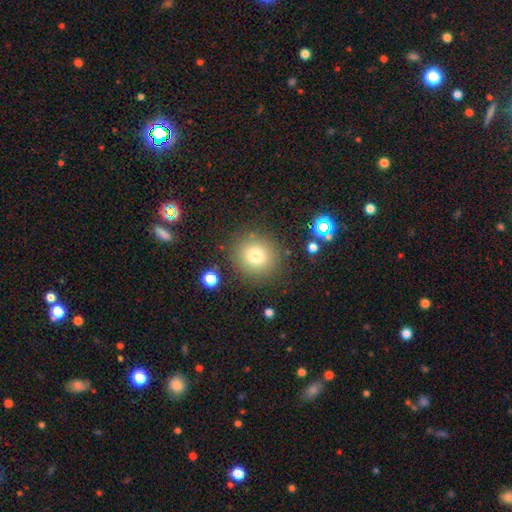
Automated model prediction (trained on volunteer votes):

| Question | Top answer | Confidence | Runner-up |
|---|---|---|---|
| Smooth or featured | smooth | 76% | star or artifact (14%) |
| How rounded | round | 91% | in between (8%) |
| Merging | none | 86% | minor disturbance (8%) |